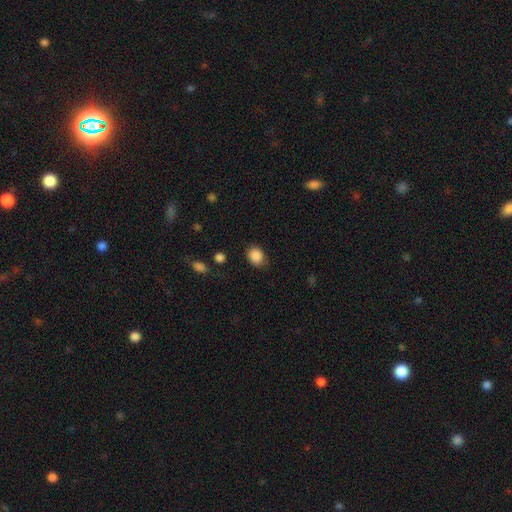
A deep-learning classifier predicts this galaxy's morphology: Q: Smooth or featured?
A: smooth (88%); runner-up: star or artifact (8%)
Q: How rounded?
A: round (52%); runner-up: in between (47%)
Q: Merging?
A: none (79%); runner-up: minor disturbance (15%)